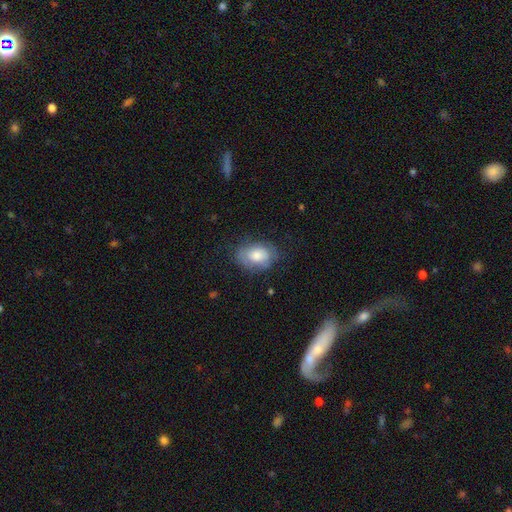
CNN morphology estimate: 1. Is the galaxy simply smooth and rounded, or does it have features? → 60% smooth, 32% featured or disk, 8% star or artifact.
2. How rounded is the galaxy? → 77% in between, 22% round, 1% cigar-shaped.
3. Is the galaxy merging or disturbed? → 67% none, 23% minor disturbance, 9% major disturbance, 1% merger.